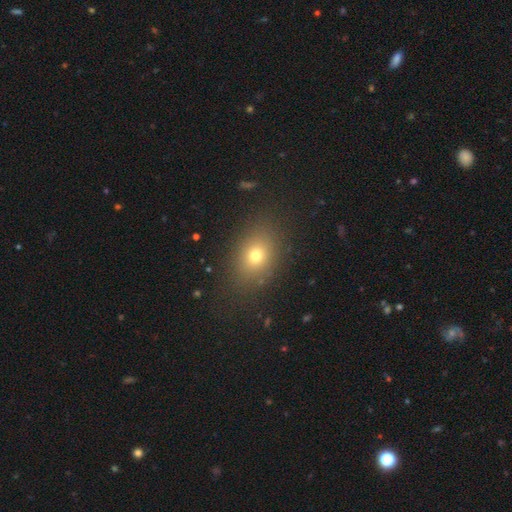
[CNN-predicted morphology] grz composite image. It shows a smooth galaxy with no disk features (71%) that is in between round and cigar-shaped (63%). Merging: none (84%).